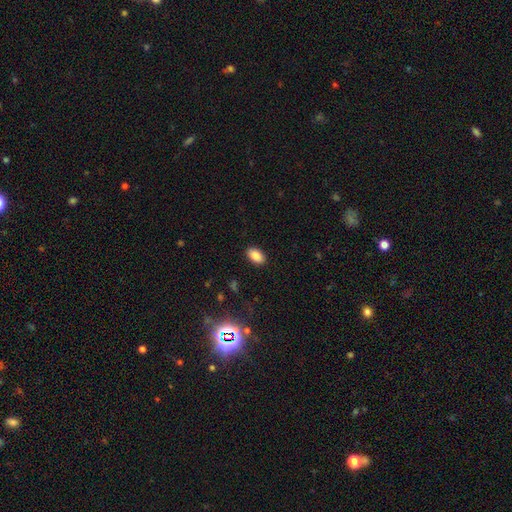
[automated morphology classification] The model was most divided on "smooth or featured": smooth: 86%, star or artifact: 9%, featured or disk: 5%. More confident: how rounded — in between (92%); merging — none (89%).